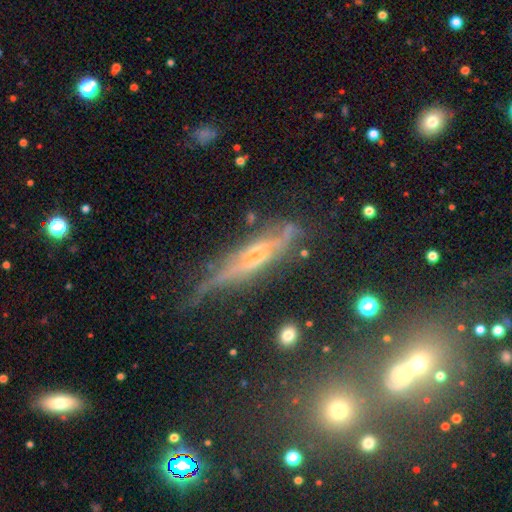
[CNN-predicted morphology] Smooth or featured? Predicted: featured or disk (p=0.64). Edge-on disk? Predicted: yes (p=0.74). Merging? Predicted: none (p=0.45).